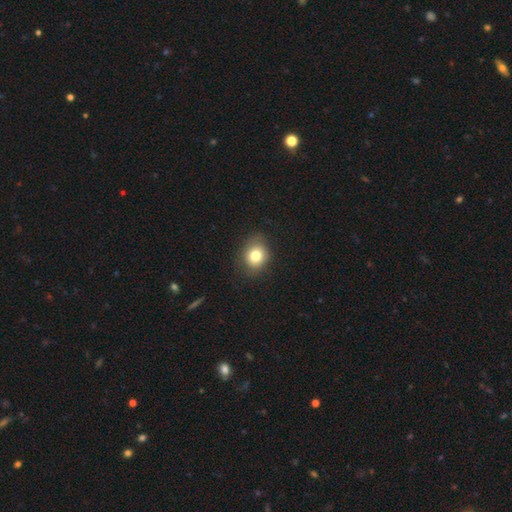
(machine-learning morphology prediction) Smooth or featured? Predicted: smooth (p=0.79). How rounded? Predicted: round (p=0.58). Merging? Predicted: none (p=0.79).